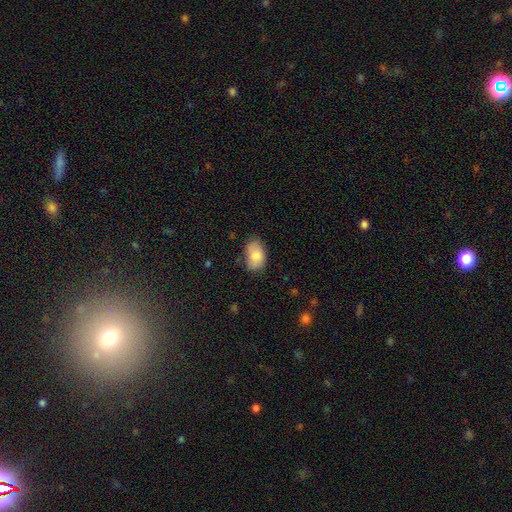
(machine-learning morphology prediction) A smooth galaxy with no disk features (83%) that is in between round and cigar-shaped (89%).

Vote fractions:
- Smooth or featured? smooth: 83% / featured or disk: 10% / star or artifact: 7%
- How rounded? in between: 89% / round: 9% / cigar-shaped: 1%
- Merging? none: 66% / minor disturbance: 27% / major disturbance: 5% / merger: 2%